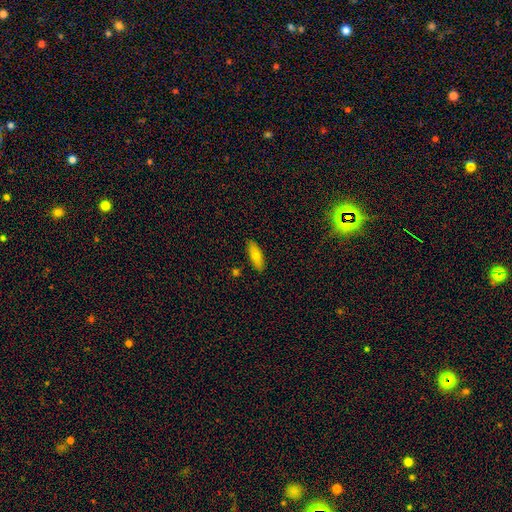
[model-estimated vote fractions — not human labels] This appears to be a smooth galaxy with no disk features (71%) that is in between round and cigar-shaped (66%). Merging: none (87%).